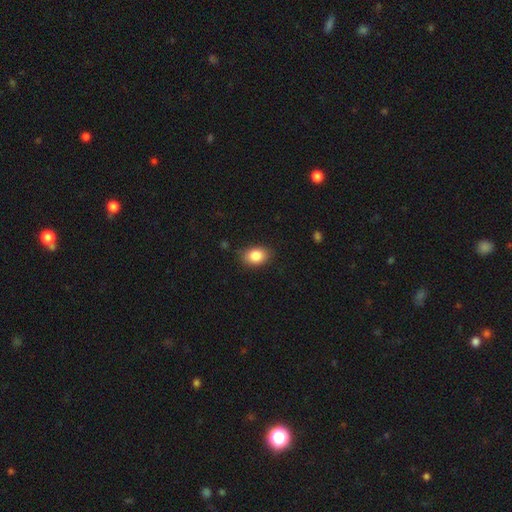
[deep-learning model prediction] Morphology: type=smooth (85%); roundness=in between (75%); merging=none (83%).